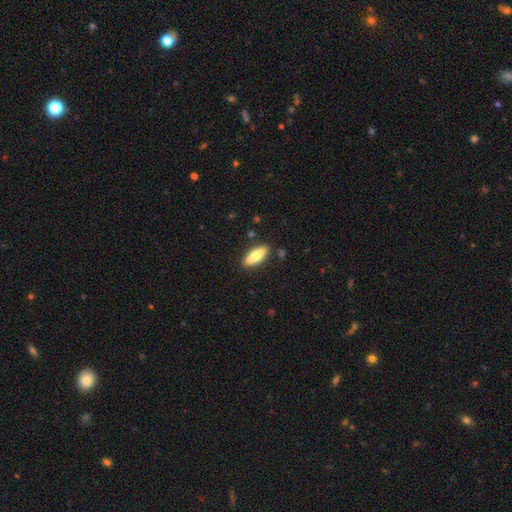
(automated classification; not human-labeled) Smooth or featured: smooth — 70% (featured or disk — 24%)
How rounded: in between — 57% (cigar-shaped — 41%)
Merging: none — 87% (minor disturbance — 9%)